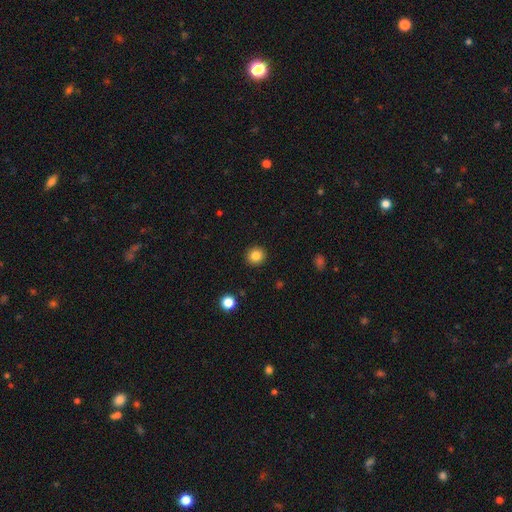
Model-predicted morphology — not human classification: smooth_or_featured: smooth (p=0.83) [alt: star or artifact p=0.11]
how_rounded: round (p=0.90) [alt: in between p=0.09]
merging: none (p=0.92) [alt: minor disturbance p=0.05]